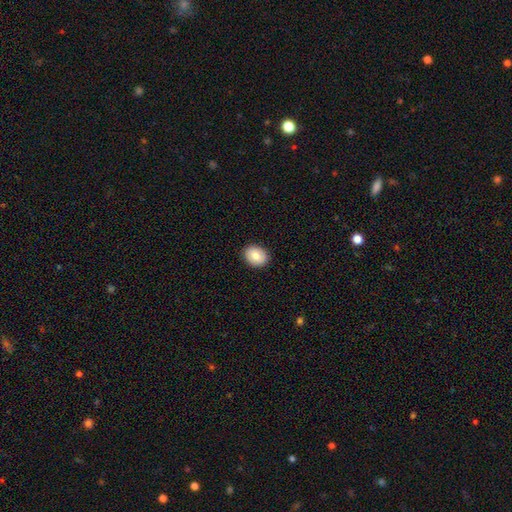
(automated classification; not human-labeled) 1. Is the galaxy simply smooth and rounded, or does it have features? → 81% smooth, 12% featured or disk, 7% star or artifact.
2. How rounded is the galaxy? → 56% in between, 43% round, 1% cigar-shaped.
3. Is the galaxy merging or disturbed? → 90% none, 8% minor disturbance, 2% major disturbance, 1% merger.